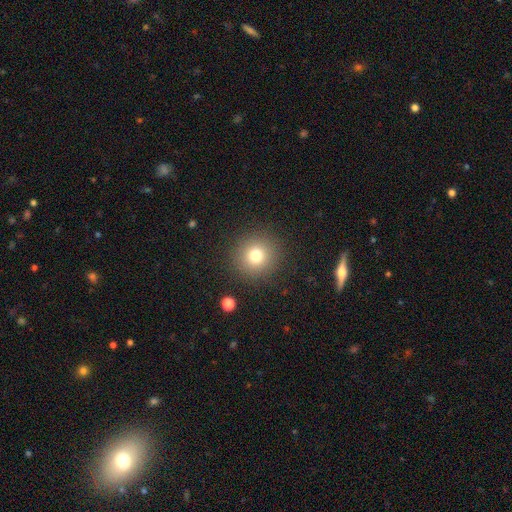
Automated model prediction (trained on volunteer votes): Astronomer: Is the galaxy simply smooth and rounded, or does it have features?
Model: smooth — 77%.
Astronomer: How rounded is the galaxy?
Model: round — 93%.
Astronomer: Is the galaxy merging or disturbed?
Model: none — 89%.